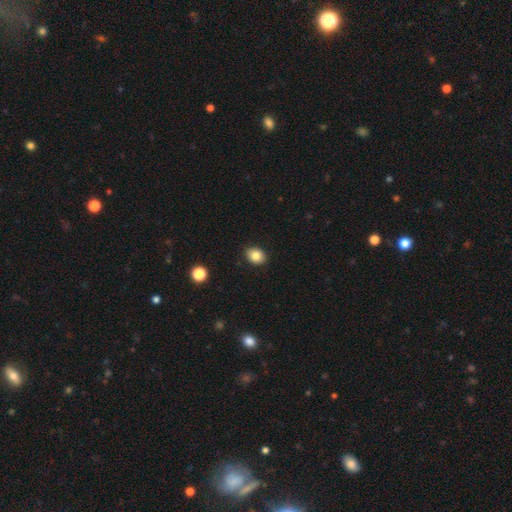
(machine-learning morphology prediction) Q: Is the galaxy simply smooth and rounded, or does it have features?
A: smooth — 83%.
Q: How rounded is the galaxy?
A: in between — 63%.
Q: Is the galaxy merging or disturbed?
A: none — 89%.